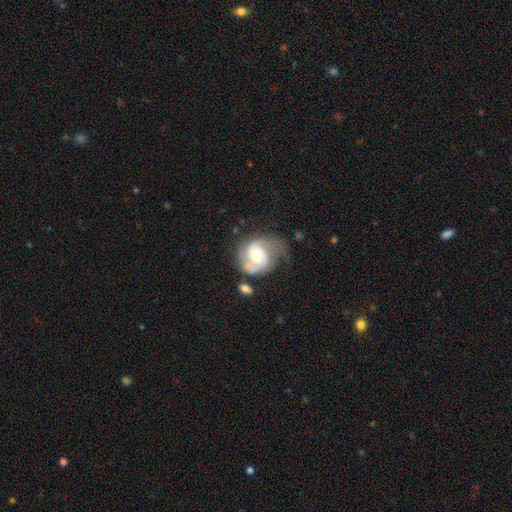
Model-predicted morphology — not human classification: Q: Smooth or featured?
A: featured or disk (76%); runner-up: smooth (19%)
Q: Edge-on disk?
A: no (98%); runner-up: yes (2%)
Q: Bar?
A: no (61%); runner-up: weak (33%)
Q: Spiral arms?
A: yes (93%); runner-up: no (7%)
Q: Spiral winding?
A: tight (43%); runner-up: medium (42%)
Q: Spiral arm count?
A: 2 (64%); runner-up: can't tell (16%)
Q: Bulge size?
A: moderate (52%); runner-up: small (37%)
Q: Merging?
A: none (40%); runner-up: minor disturbance (28%)